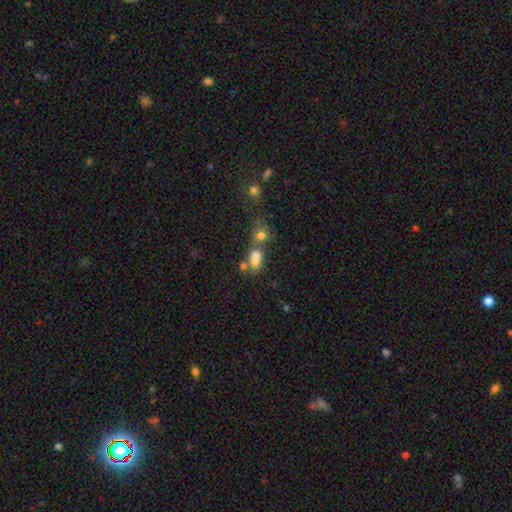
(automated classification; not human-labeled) A smooth galaxy with no disk features (68%) that is in between round and cigar-shaped (52%).

Vote fractions:
- Smooth or featured? smooth: 68% / featured or disk: 17% / star or artifact: 15%
- How rounded? in between: 52% / round: 45% / cigar-shaped: 3%
- Merging? merger: 61% / none: 25% / minor disturbance: 8% / major disturbance: 6%